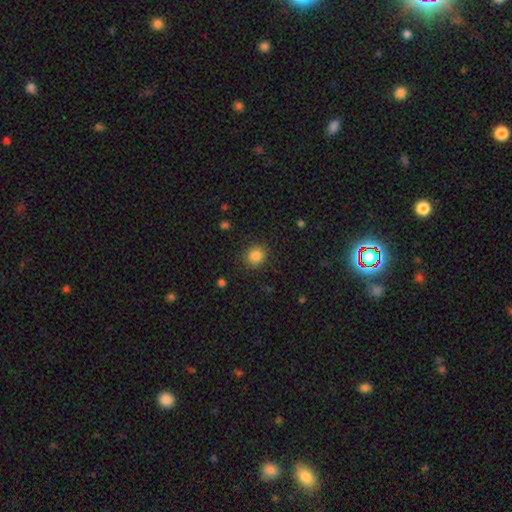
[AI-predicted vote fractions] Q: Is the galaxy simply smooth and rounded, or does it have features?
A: smooth — 85%.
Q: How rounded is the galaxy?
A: round — 83%.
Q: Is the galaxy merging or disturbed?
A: none — 88%.